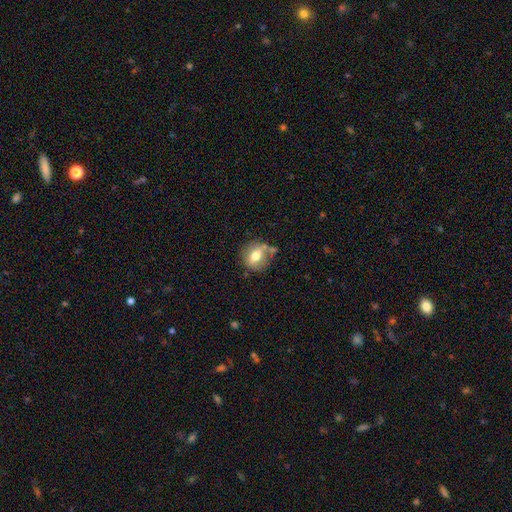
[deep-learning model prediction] A smooth galaxy with no disk features (66%) that is round (74%).

Vote fractions:
- Smooth or featured? smooth: 66% / featured or disk: 25% / star or artifact: 9%
- How rounded? round: 74% / in between: 25% / cigar-shaped: 1%
- Merging? none: 68% / minor disturbance: 17% / merger: 11% / major disturbance: 5%